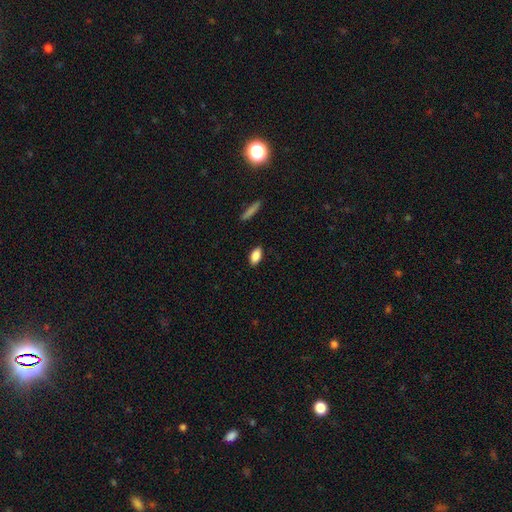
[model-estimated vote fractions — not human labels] The model was most divided on "merging": none: 87%, minor disturbance: 9%, major disturbance: 2%, merger: 1%. More confident: how rounded — in between (90%); smooth or featured — smooth (87%).